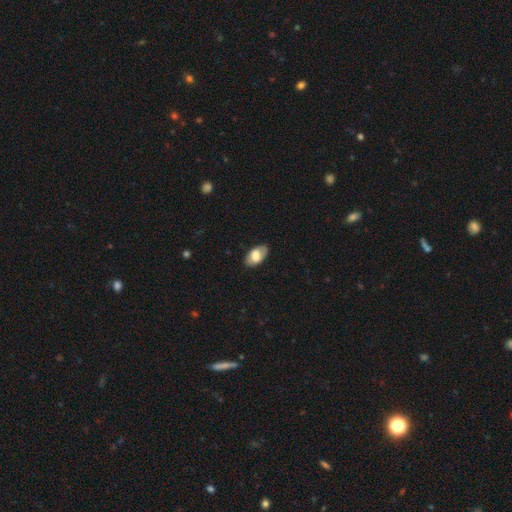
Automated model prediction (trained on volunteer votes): Overall: smooth (69%). How rounded: in between (93%). Merging: none (80%).